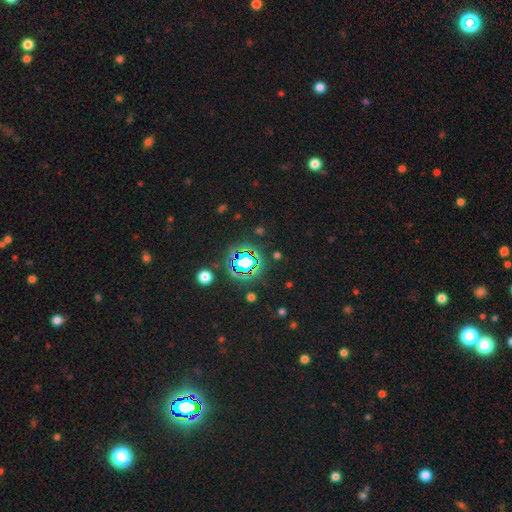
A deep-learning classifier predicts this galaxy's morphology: A star or artifact, not a galaxy (82%).

Vote fractions:
- Smooth or featured? star or artifact: 82% / smooth: 11% / featured or disk: 7%